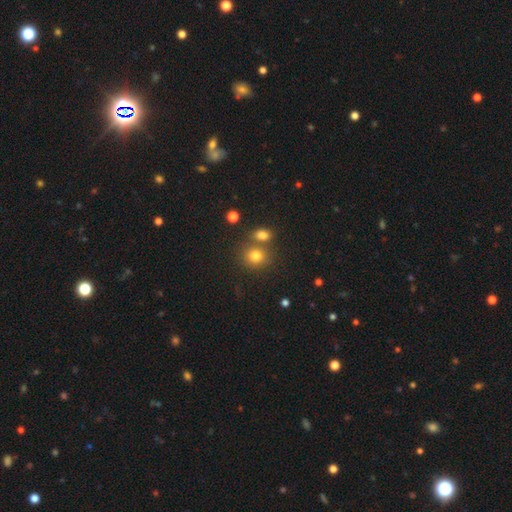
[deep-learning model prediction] smooth_or_featured: smooth (p=0.78) [alt: star or artifact p=0.14]
how_rounded: round (p=0.77) [alt: in between p=0.22]
merging: none (p=0.60) [alt: merger p=0.27]